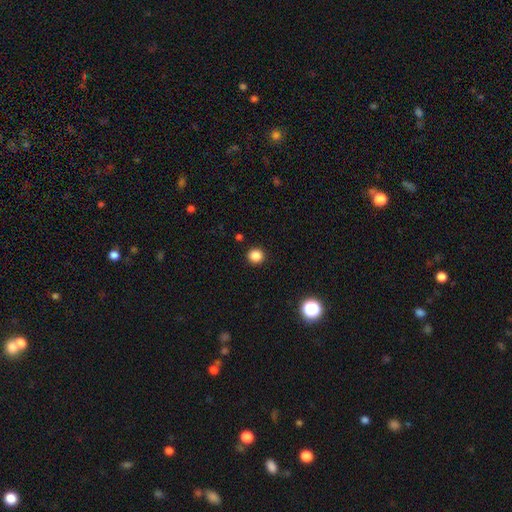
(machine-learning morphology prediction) Smooth or featured? Predicted: smooth (p=0.85). How rounded? Predicted: round (p=0.92). Merging? Predicted: none (p=0.92).